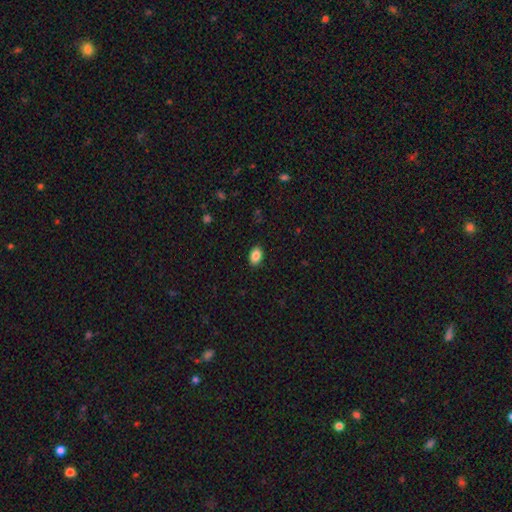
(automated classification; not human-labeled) Smooth or featured? smooth (88%)
How rounded? in between (87%)
Merging? none (89%)